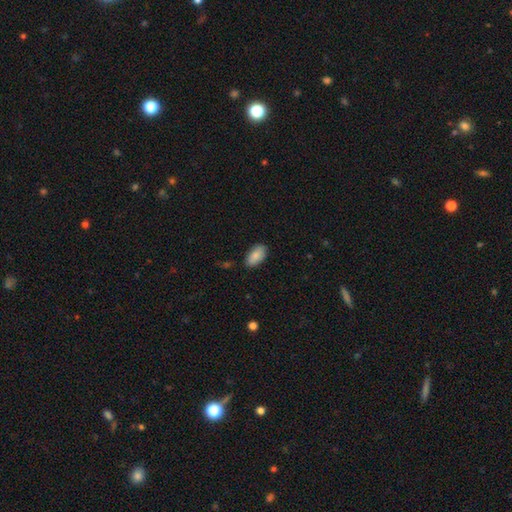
Smooth or featured? smooth (89%)
How rounded? in between (94%)
Merging? none (70%)